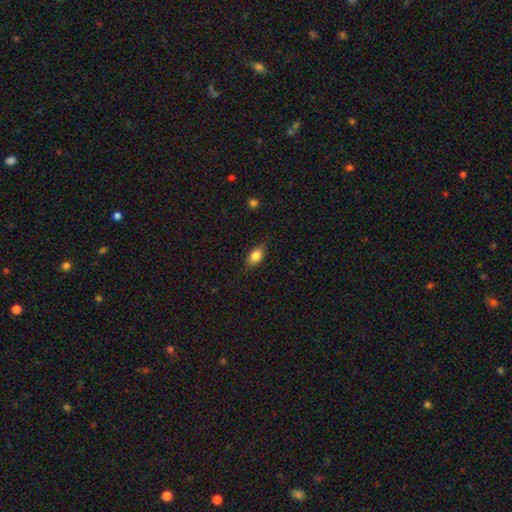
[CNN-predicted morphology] Overall: smooth (80%). How rounded: in between (83%). Merging: none (80%).